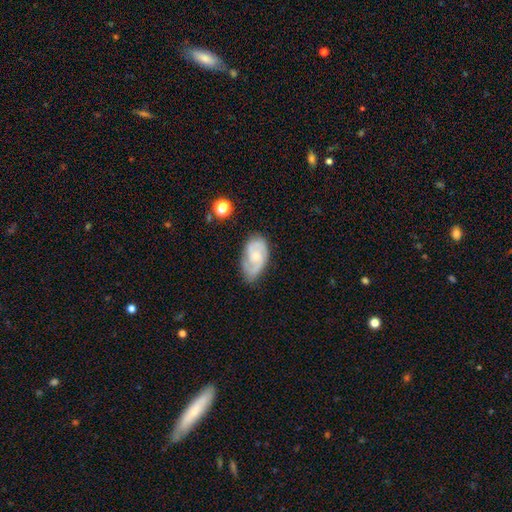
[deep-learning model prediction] Smooth or featured?
  - featured or disk: 74% *
  - smooth: 20%
  - star or artifact: 6%
Edge-on disk?
  - no: 97% *
  - yes: 3%
Bar?
  - no: 62% *
  - weak: 34%
  - strong: 4%
Spiral arms?
  - yes: 94% *
  - no: 6%
Spiral winding?
  - medium: 46% *
  - tight: 40%
  - loose: 14%
Spiral arm count?
  - 2: 66% *
  - can't tell: 15%
  - 3: 10%
  - 1: 5%
  - 4: 2%
  - more than 4: 2%
Bulge size?
  - small: 58% *
  - moderate: 31%
  - none: 8%
  - large: 2%
  - dominant: 1%
Merging?
  - none: 67% *
  - minor disturbance: 24%
  - major disturbance: 7%
  - merger: 2%